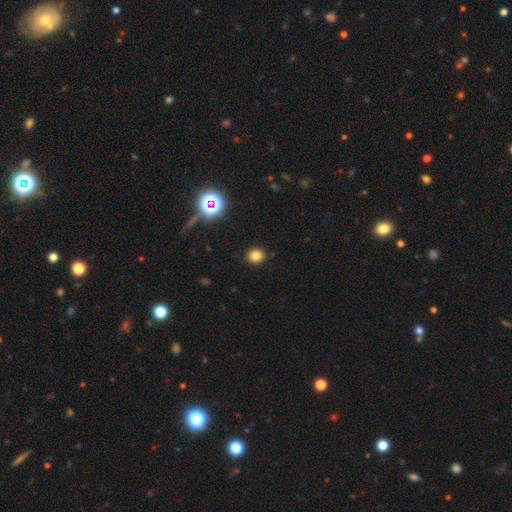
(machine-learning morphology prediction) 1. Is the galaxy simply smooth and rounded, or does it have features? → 80% smooth, 15% star or artifact, 5% featured or disk.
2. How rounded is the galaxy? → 79% round, 21% in between, 1% cigar-shaped.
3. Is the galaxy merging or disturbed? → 91% none, 6% minor disturbance, 2% major disturbance, 1% merger.